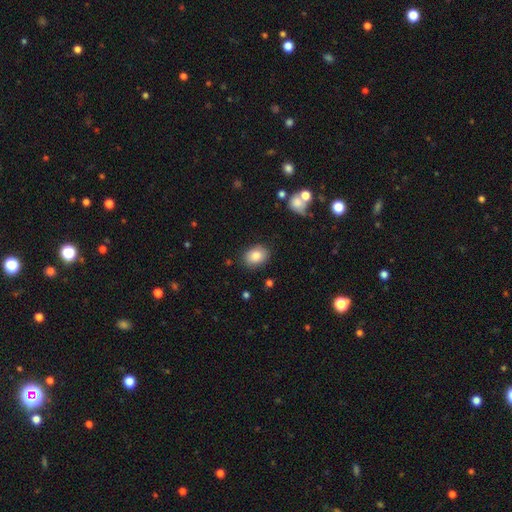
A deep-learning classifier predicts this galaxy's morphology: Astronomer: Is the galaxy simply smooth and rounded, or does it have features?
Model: smooth — 85%.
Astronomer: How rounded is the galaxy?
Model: in between — 66%.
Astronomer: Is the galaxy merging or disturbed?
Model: none — 85%.